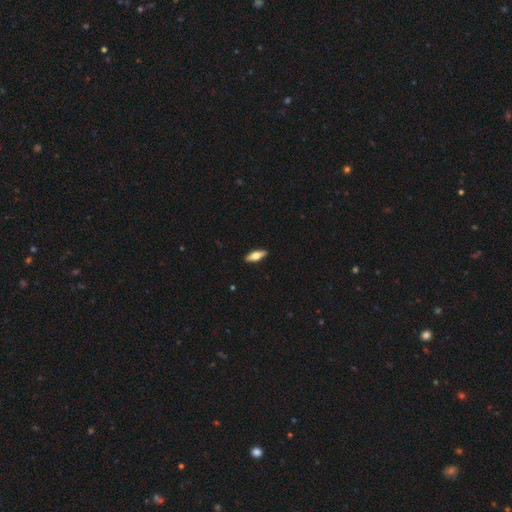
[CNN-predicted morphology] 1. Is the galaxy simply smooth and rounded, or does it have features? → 58% smooth, 36% featured or disk, 6% star or artifact.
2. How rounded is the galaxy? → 60% in between, 37% cigar-shaped, 3% round.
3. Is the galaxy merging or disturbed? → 90% none, 7% minor disturbance, 2% major disturbance, 1% merger.